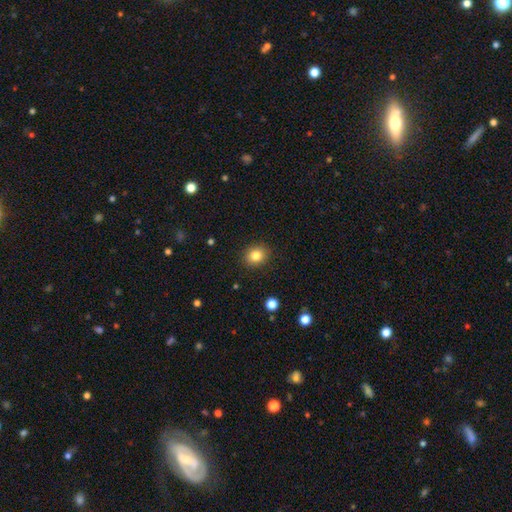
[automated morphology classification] Overall: smooth (82%). How rounded: round (70%). Merging: none (89%).